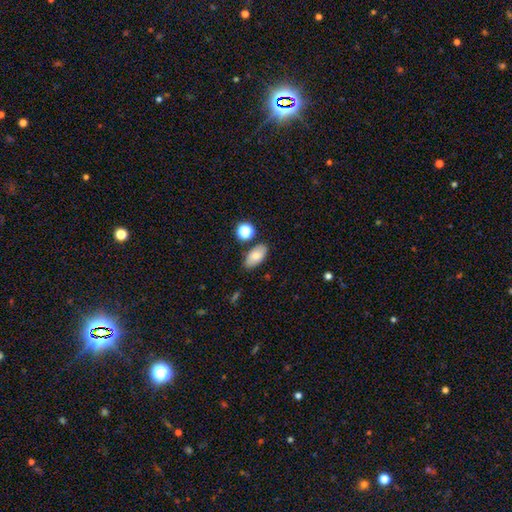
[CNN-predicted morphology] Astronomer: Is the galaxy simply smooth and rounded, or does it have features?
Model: smooth — 79%.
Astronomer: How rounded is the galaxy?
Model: in between — 91%.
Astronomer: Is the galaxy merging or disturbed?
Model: none — 80%.